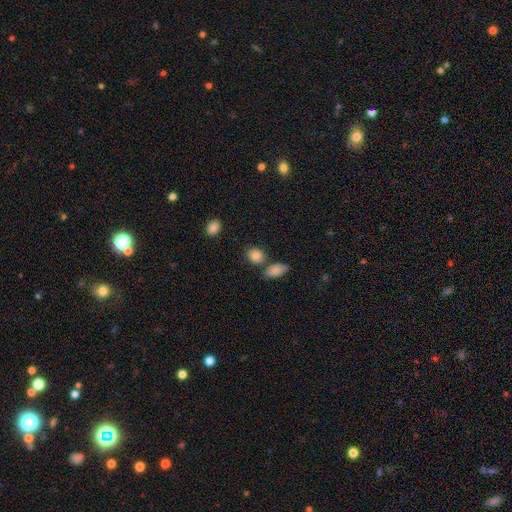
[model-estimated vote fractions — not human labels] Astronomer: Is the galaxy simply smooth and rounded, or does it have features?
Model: smooth — 87%.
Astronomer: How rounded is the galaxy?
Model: round — 59% (runner-up: in between, 39%).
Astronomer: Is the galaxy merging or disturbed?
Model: none — 67%.